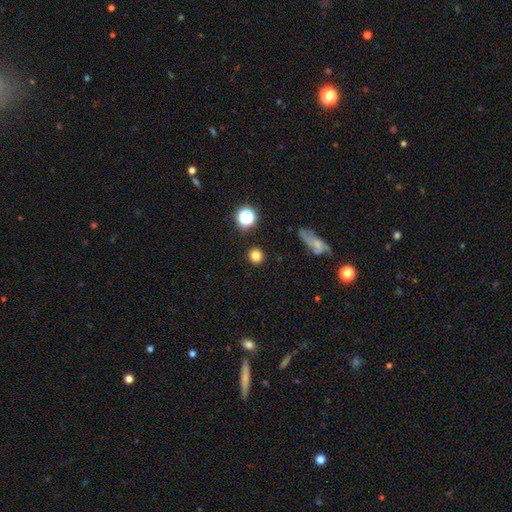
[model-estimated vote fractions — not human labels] The model was most divided on "smooth or featured": smooth: 81%, star or artifact: 14%, featured or disk: 5%. More confident: how rounded — round (93%); merging — none (89%).